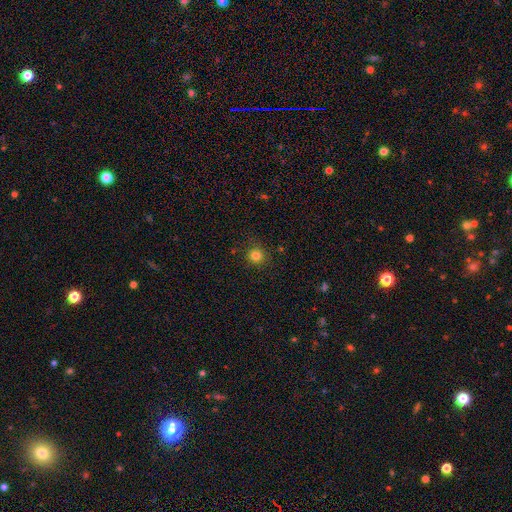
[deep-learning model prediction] The model was most divided on "smooth or featured": smooth: 82%, star or artifact: 13%, featured or disk: 5%. More confident: how rounded — round (91%); merging — none (87%).